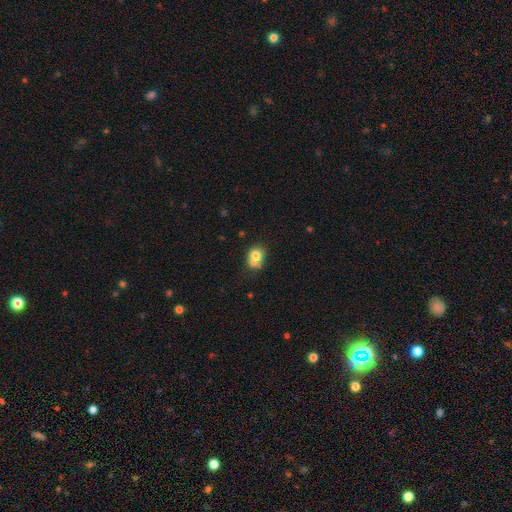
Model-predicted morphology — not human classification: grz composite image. It shows a smooth galaxy with no disk features (72%) that is round (58%). Merging: none (39%).